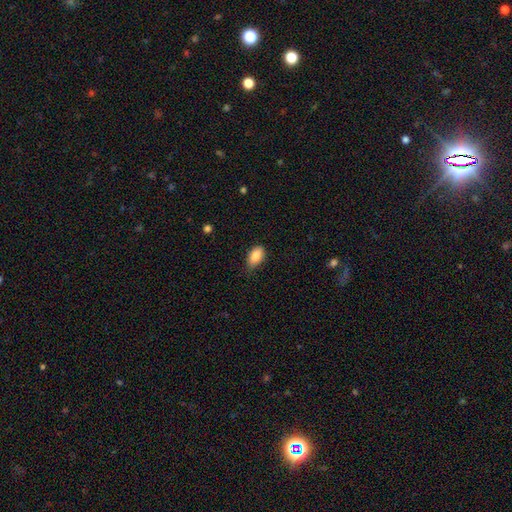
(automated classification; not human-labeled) The model was most divided on "merging": none: 69%, minor disturbance: 26%, major disturbance: 4%, merger: 1%. More confident: how rounded — in between (92%); smooth or featured — smooth (87%).